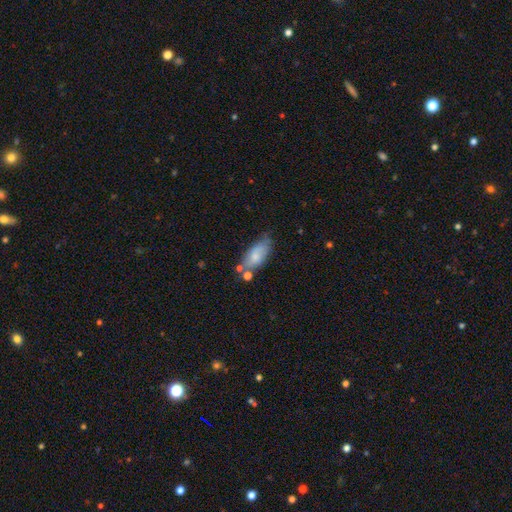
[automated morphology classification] Smooth or featured? smooth (70%)
How rounded? in between (84%)
Merging? none (51%)